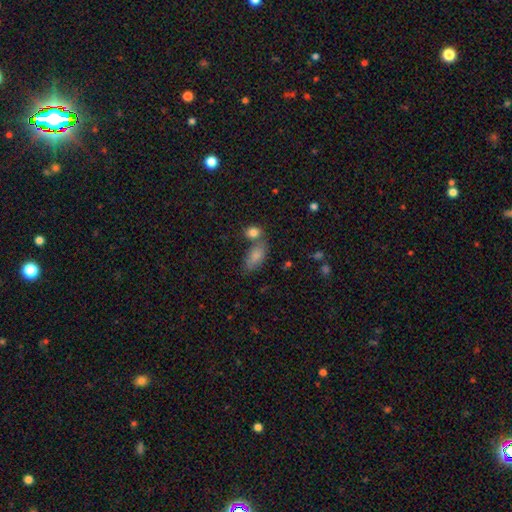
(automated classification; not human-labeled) smooth_or_featured: smooth (p=0.83) [alt: featured or disk p=0.08]
how_rounded: in between (p=0.90) [alt: cigar-shaped p=0.05]
merging: none (p=0.50) [alt: merger p=0.26]